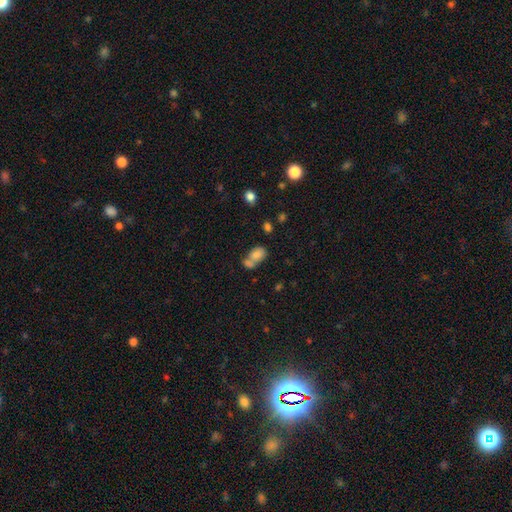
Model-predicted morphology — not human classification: smooth 79%, featured or disk 12%, star or artifact 10%. Down the decision tree: how rounded — in between (80%); merging — merger (58%).